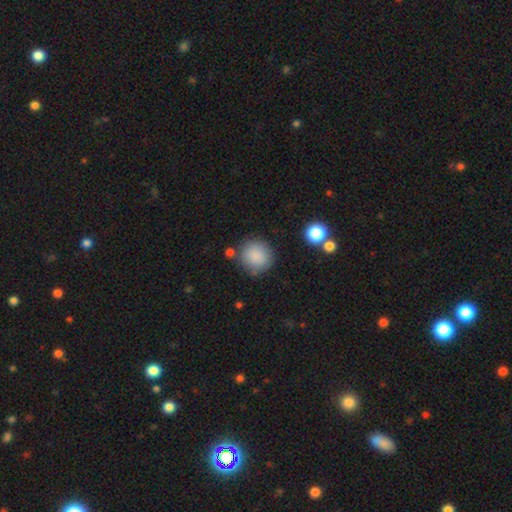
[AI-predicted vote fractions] smooth-or-featured: smooth: 87% | star or artifact: 8% | featured or disk: 5%
  how-rounded: round: 92% | in between: 7% | cigar-shaped: 1%
  merging: none: 79% | minor disturbance: 12% | merger: 6% | major disturbance: 4%